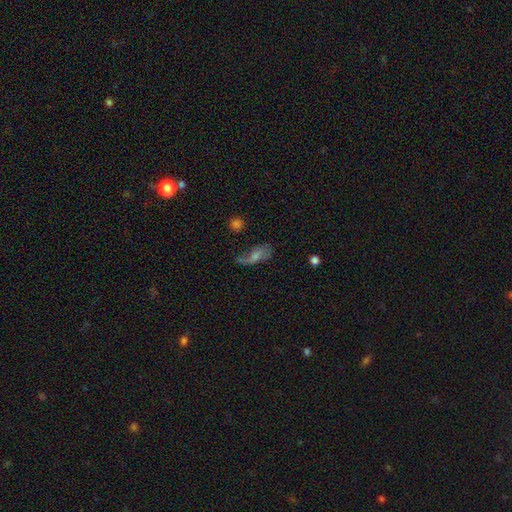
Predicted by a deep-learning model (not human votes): The model was most divided on "merging": none: 40%, major disturbance: 30%, minor disturbance: 25%, merger: 5%. Remaining: smooth or featured — featured or disk (49%).